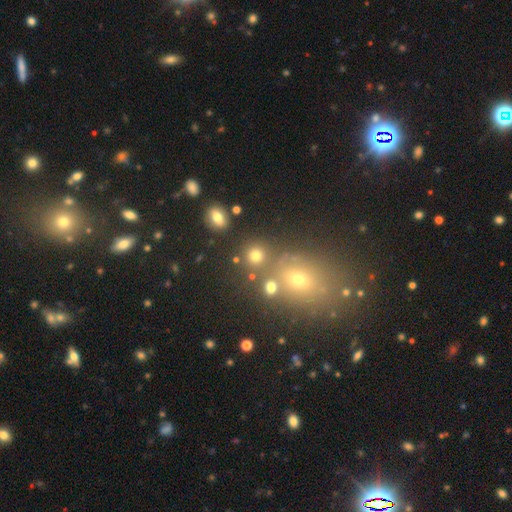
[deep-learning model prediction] Smooth or featured: smooth — 75% (star or artifact — 17%)
How rounded: round — 86% (in between — 13%)
Merging: none — 71% (merger — 15%)